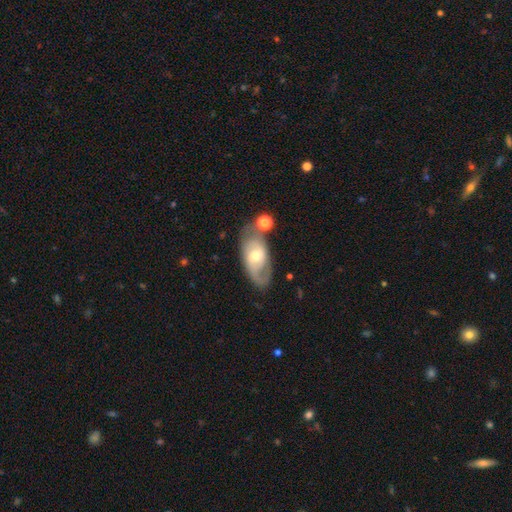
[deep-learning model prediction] Morphology: type=featured or disk (63%); edge-on=no (92%); bar=no (57%); spiral arms=yes (75%); bulge=moderate (55%); merging=none (57%).